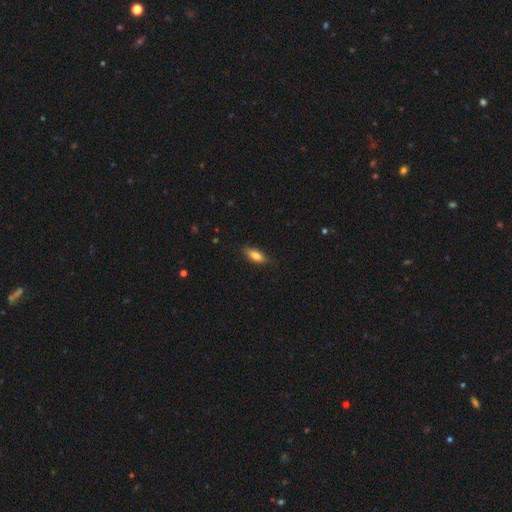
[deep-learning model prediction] Smooth or featured: smooth — 80% (featured or disk — 13%)
How rounded: in between — 74% (cigar-shaped — 24%)
Merging: none — 83% (minor disturbance — 14%)